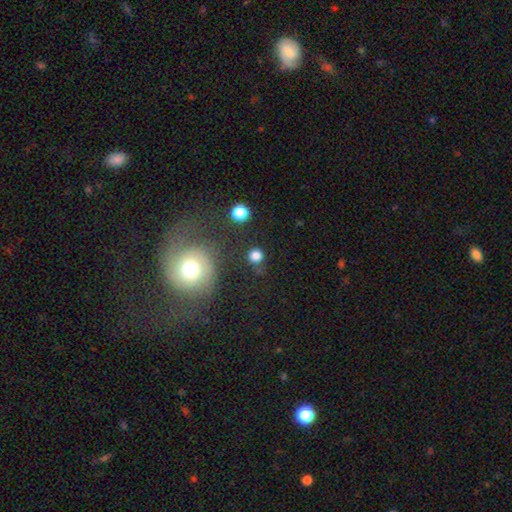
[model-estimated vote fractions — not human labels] A smooth galaxy with no disk features (81%) that is round (90%).

Vote fractions:
- Smooth or featured? smooth: 81% / star or artifact: 14% / featured or disk: 5%
- How rounded? round: 90% / in between: 9% / cigar-shaped: 1%
- Merging? none: 80% / minor disturbance: 10% / merger: 5% / major disturbance: 5%